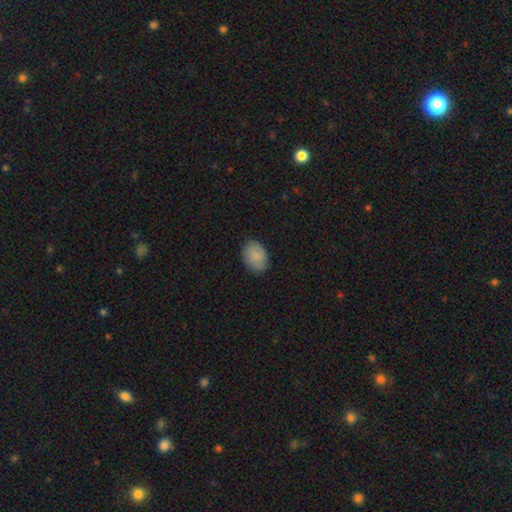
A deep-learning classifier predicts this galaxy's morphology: This is clearly a smooth galaxy (86%). How rounded: likely in between (75%). Merging: clearly none (84%).